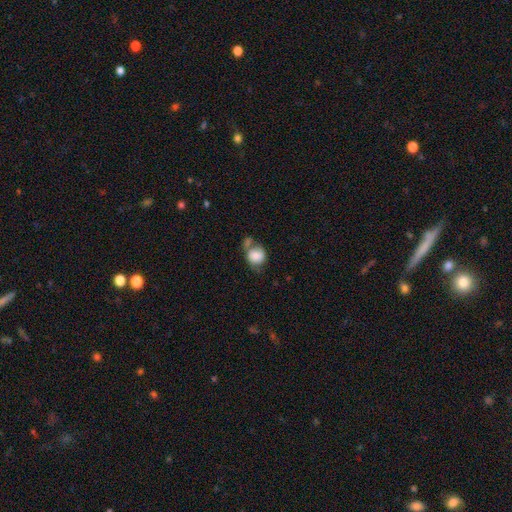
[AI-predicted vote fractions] Morphology: type=smooth (80%); roundness=round (76%); merging=merger (35%).